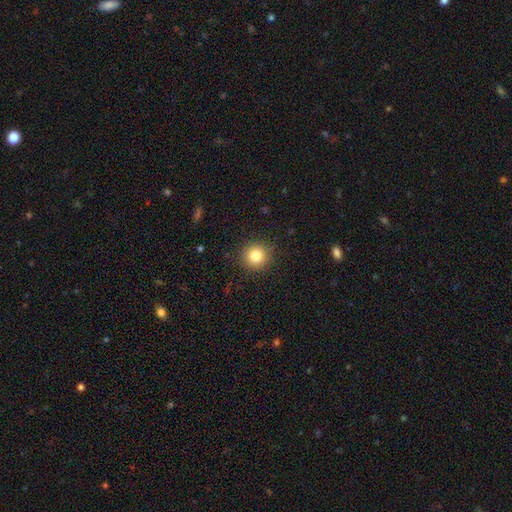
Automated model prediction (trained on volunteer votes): Smooth or featured? Predicted: smooth (p=0.81). How rounded? Predicted: round (p=0.93). Merging? Predicted: none (p=0.90).